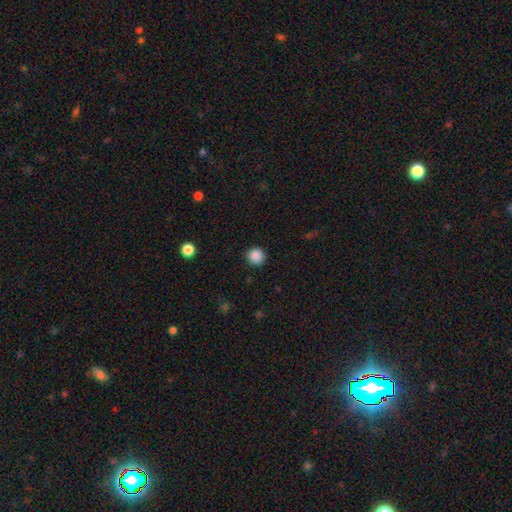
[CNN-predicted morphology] This appears to be a smooth galaxy with no disk features (88%) that is round (92%). Merging: none (90%).